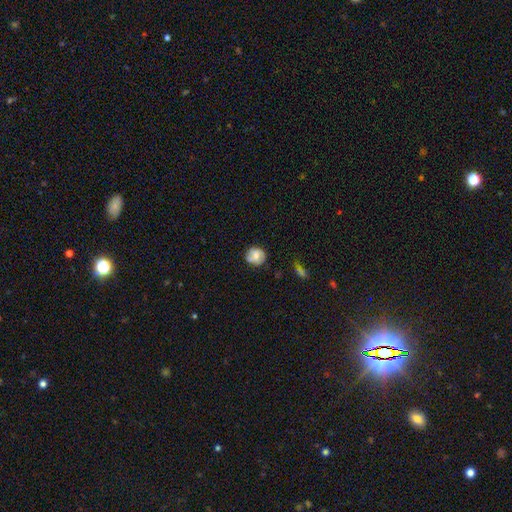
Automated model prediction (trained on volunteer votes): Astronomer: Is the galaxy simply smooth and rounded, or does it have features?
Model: smooth — 49% (runner-up: featured or disk, 43%).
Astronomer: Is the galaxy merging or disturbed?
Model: none — 69%.